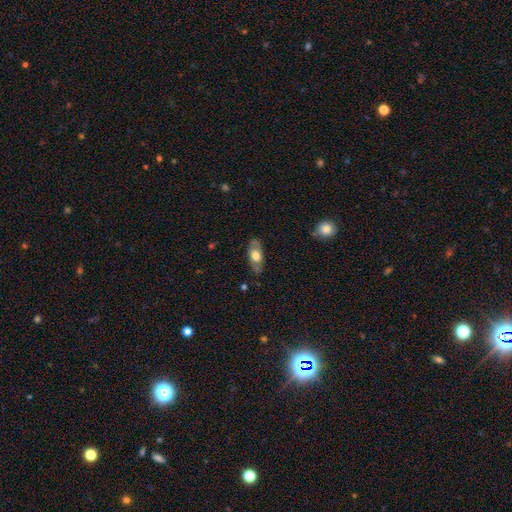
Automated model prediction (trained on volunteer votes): Smooth or featured? Predicted: smooth (p=0.57). How rounded? Predicted: in between (p=0.82). Merging? Predicted: none (p=0.79).